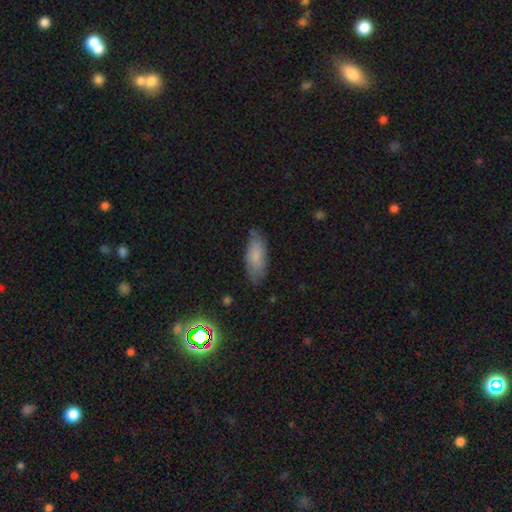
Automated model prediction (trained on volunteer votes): Q: Smooth or featured?
A: smooth (78%); runner-up: featured or disk (14%)
Q: How rounded?
A: in between (75%); runner-up: cigar-shaped (23%)
Q: Merging?
A: none (76%); runner-up: minor disturbance (18%)